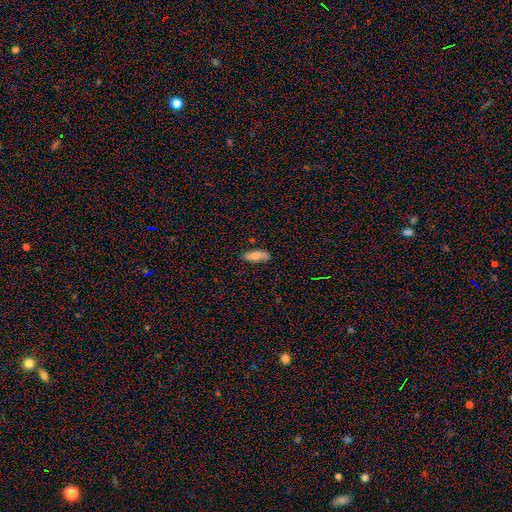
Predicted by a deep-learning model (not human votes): The model was most divided on "smooth or featured": smooth: 73%, featured or disk: 20%, star or artifact: 7%. More confident: how rounded — in between (80%); merging — none (75%).